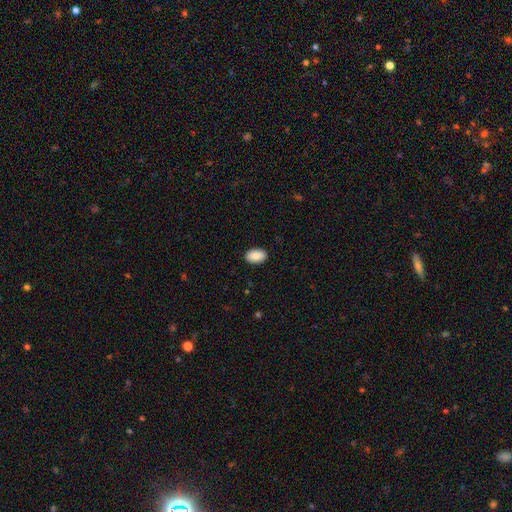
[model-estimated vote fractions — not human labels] Smooth or featured: smooth — 89% (star or artifact — 6%)
How rounded: in between — 92% (round — 6%)
Merging: none — 89% (minor disturbance — 8%)